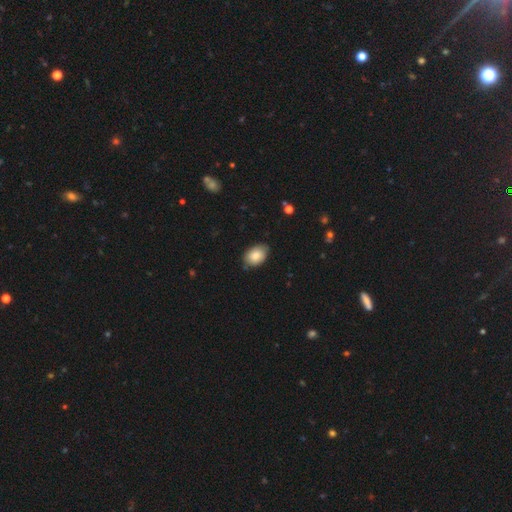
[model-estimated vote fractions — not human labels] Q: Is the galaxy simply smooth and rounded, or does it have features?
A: smooth — 83%.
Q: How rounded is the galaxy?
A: in between — 83%.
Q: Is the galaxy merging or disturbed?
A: none — 74%.